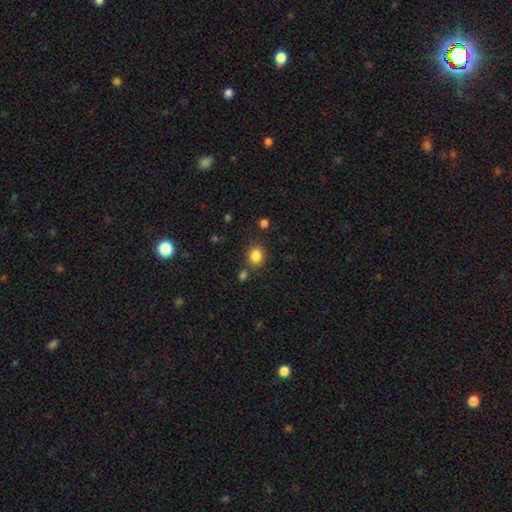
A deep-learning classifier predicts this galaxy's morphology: Q: Smooth or featured?
A: smooth (85%); runner-up: star or artifact (11%)
Q: How rounded?
A: round (71%); runner-up: in between (28%)
Q: Merging?
A: none (77%); runner-up: minor disturbance (11%)